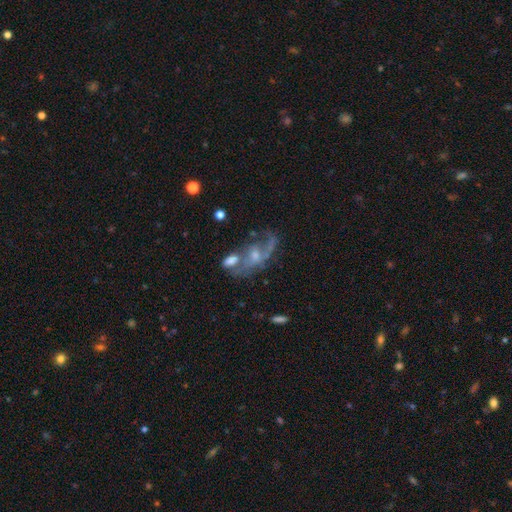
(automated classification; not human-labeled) This is likely a featured or disk galaxy (68%). It is clearly not viewed edge-on (93%). Bar: likely no (67%). Spiral arm pattern: likely yes (68%). Central bulge: possibly small (53%). Merging: marginally merger (31%).